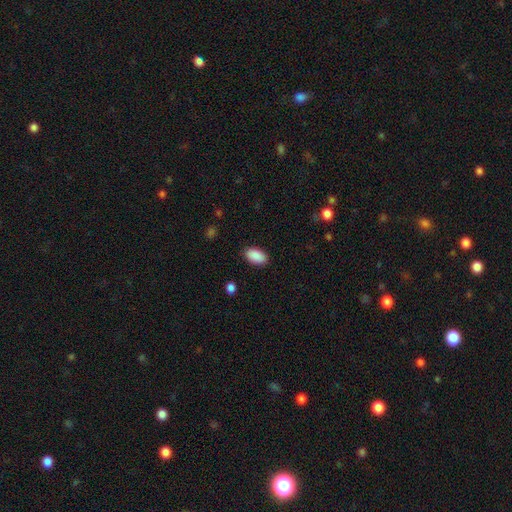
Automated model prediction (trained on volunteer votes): Overall: smooth (91%). How rounded: in between (95%). Merging: none (88%).